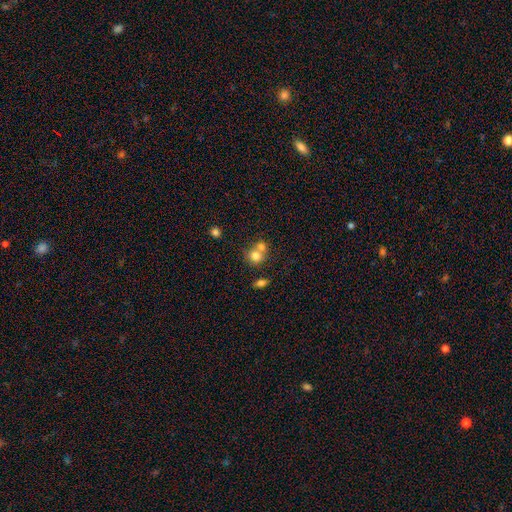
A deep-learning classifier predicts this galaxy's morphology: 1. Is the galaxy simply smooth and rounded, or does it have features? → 76% smooth, 13% featured or disk, 11% star or artifact.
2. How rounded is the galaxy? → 77% round, 22% in between, 1% cigar-shaped.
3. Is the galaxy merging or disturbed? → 53% merger, 36% none, 7% minor disturbance, 3% major disturbance.